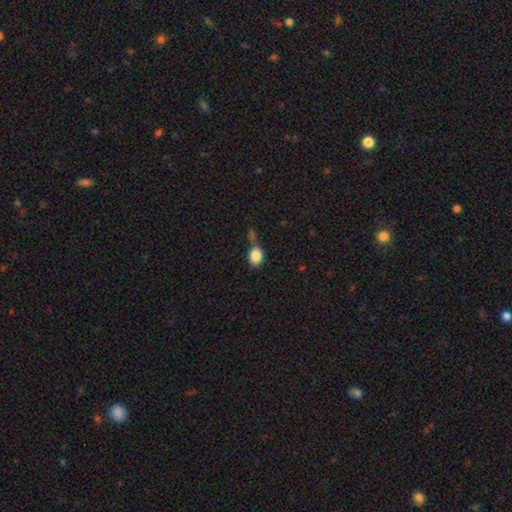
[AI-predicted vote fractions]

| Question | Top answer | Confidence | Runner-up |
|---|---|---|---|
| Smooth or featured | smooth | 86% | star or artifact (8%) |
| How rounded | in between | 60% | round (38%) |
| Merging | none | 50% | merger (23%) |